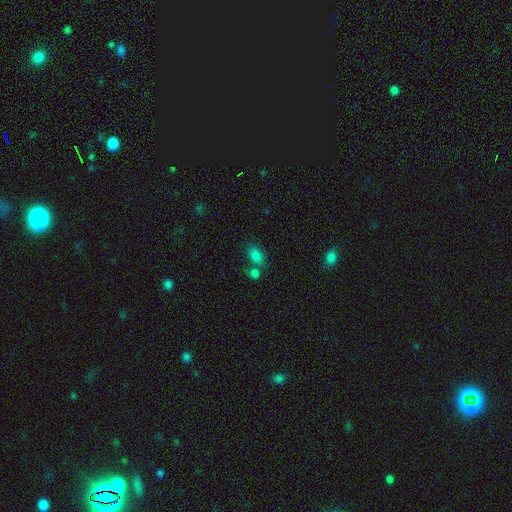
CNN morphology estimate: A smooth galaxy with no disk features (81%) that is in between round and cigar-shaped (85%).

Vote fractions:
- Smooth or featured? smooth: 81% / star or artifact: 12% / featured or disk: 7%
- How rounded? in between: 85% / round: 13% / cigar-shaped: 2%
- Merging? none: 54% / merger: 27% / minor disturbance: 13% / major disturbance: 6%